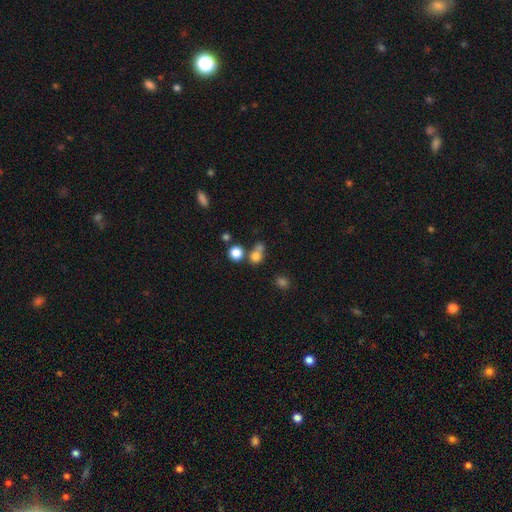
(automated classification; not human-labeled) Smooth or featured: smooth — 77% (star or artifact — 15%)
How rounded: round — 84% (in between — 15%)
Merging: none — 52% (merger — 34%)